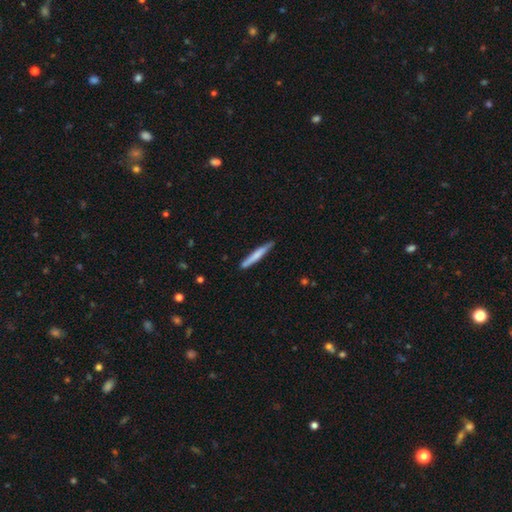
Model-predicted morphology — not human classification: smooth-or-featured: smooth: 68% | featured or disk: 27% | star or artifact: 5%
  how-rounded: cigar-shaped: 95% | in between: 3% | round: 1%
  merging: none: 83% | minor disturbance: 13% | major disturbance: 2% | merger: 2%